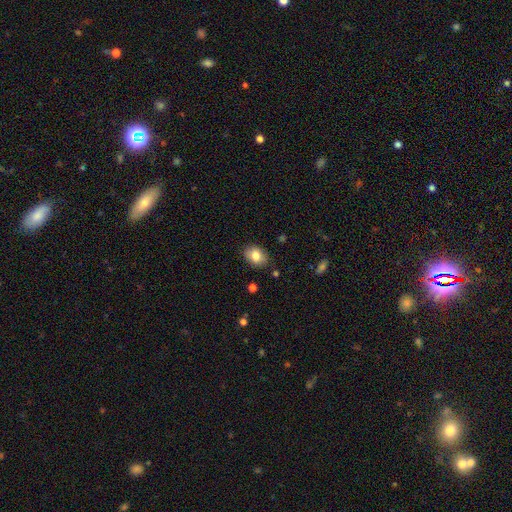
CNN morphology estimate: Smooth or featured? Predicted: smooth (p=0.81). How rounded? Predicted: in between (p=0.73). Merging? Predicted: none (p=0.85).